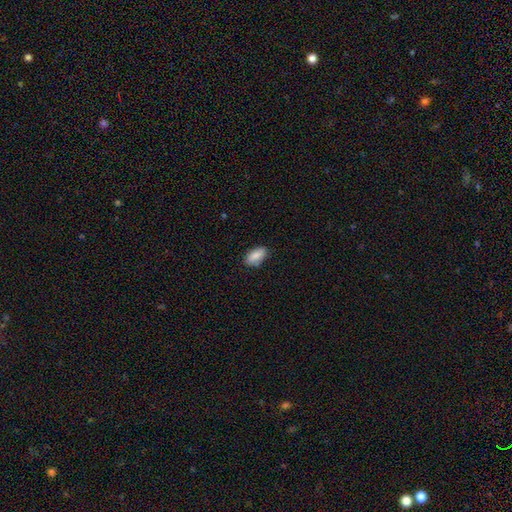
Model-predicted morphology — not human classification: Overall: smooth (87%). How rounded: in between (91%). Merging: none (83%).